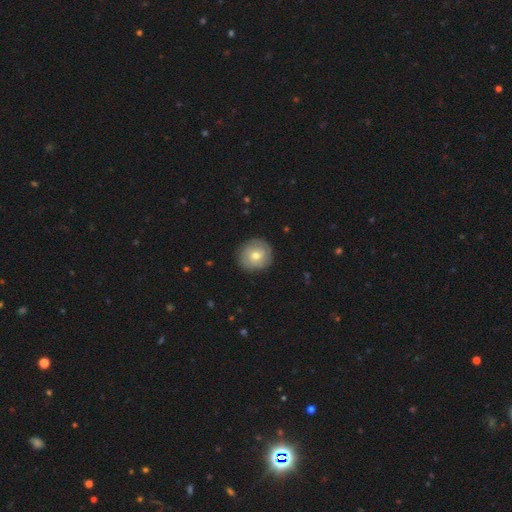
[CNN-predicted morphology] This appears to be a smooth galaxy with no disk features (59%) that is round (88%). Merging: none (86%).